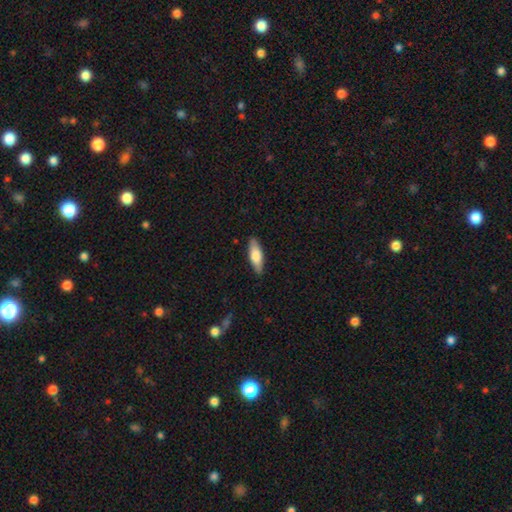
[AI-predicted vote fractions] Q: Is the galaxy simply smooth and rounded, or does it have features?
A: smooth — 70%.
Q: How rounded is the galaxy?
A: in between — 54%.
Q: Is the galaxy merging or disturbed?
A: none — 87%.